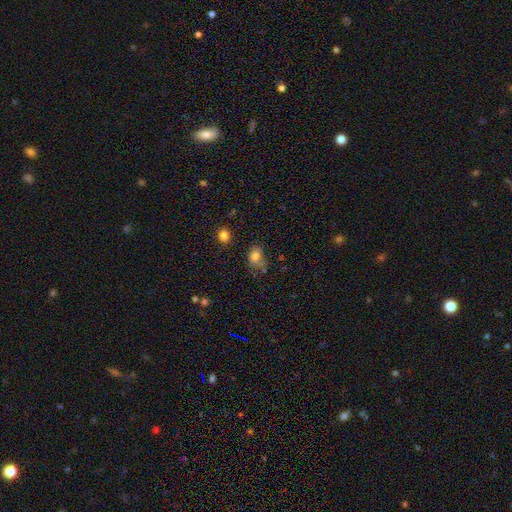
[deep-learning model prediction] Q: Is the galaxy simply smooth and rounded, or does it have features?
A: smooth — 77%.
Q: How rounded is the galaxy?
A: in between — 60%.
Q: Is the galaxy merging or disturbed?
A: none — 51%.